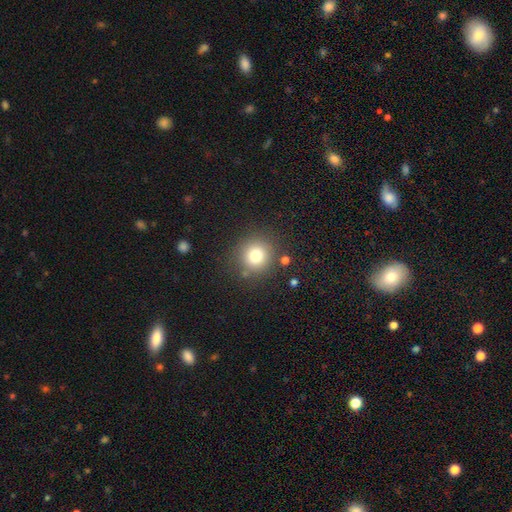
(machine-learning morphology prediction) Smooth or featured? smooth (78%)
How rounded? round (91%)
Merging? none (84%)